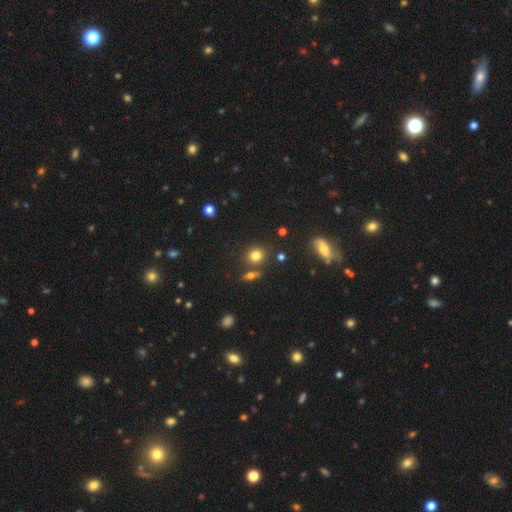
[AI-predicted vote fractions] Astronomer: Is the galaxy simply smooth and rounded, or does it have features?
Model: smooth — 77%.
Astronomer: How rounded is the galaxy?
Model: round — 81%.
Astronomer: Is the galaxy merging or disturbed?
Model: none — 76%.